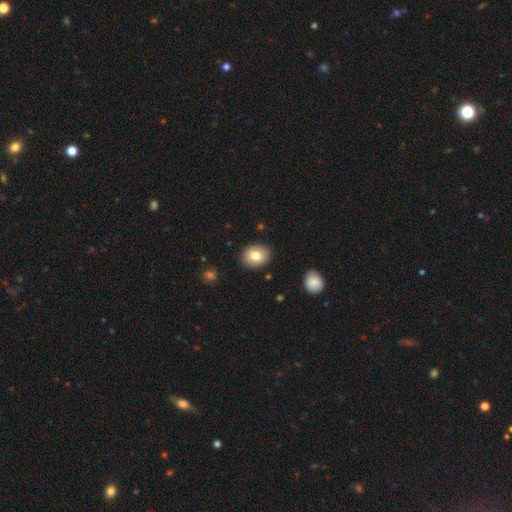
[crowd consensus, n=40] Smooth or featured?
  - smooth: 70% *
  - featured or disk: 18%
  - star or artifact: 12%
How rounded?
  - in between: 54% *
  - round: 46%
  - cigar-shaped: 0%
Merging?
  - none: 86% *
  - minor disturbance: 9%
  - major disturbance: 3%
  - merger: 3%